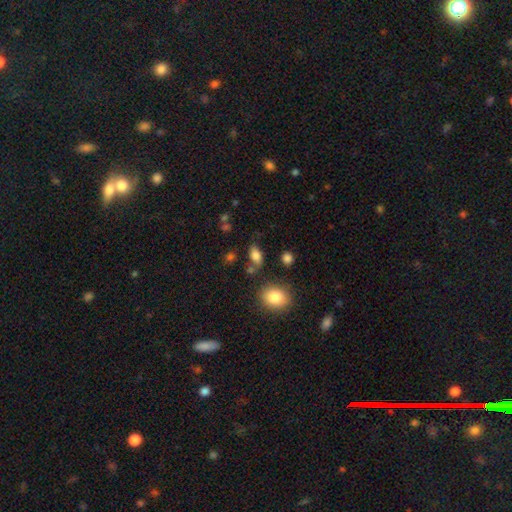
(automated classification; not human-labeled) Smooth or featured?
  - smooth: 81% *
  - star or artifact: 10%
  - featured or disk: 9%
How rounded?
  - in between: 87% *
  - round: 10%
  - cigar-shaped: 3%
Merging?
  - none: 66% *
  - minor disturbance: 18%
  - merger: 10%
  - major disturbance: 6%